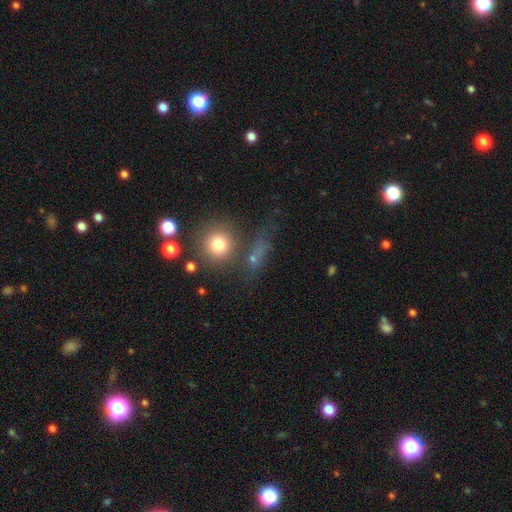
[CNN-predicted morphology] Smooth or featured: smooth — 58% (star or artifact — 24%)
How rounded: round — 52% (in between — 30%)
Merging: none — 59% (minor disturbance — 16%)